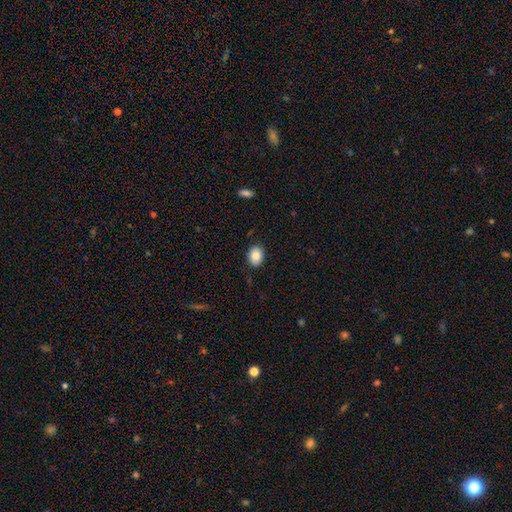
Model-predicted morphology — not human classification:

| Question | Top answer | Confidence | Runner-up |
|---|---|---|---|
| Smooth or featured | smooth | 86% | star or artifact (8%) |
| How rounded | in between | 65% | round (34%) |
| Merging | none | 86% | minor disturbance (11%) |